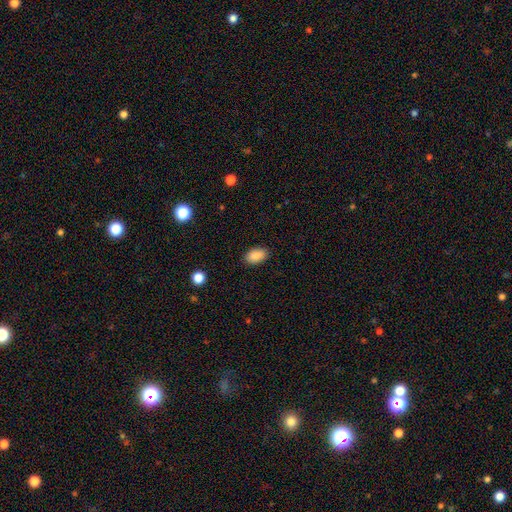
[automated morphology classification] Smooth or featured?
  - smooth: 88% *
  - star or artifact: 7%
  - featured or disk: 4%
How rounded?
  - in between: 92% *
  - round: 6%
  - cigar-shaped: 2%
Merging?
  - none: 87% *
  - minor disturbance: 9%
  - major disturbance: 2%
  - merger: 1%